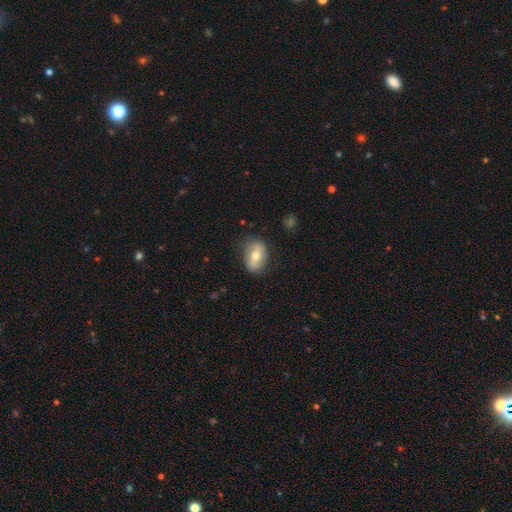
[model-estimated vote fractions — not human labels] smooth 57%, featured or disk 35%, star or artifact 7%. Down the decision tree: how rounded — in between (79%); merging — none (75%).